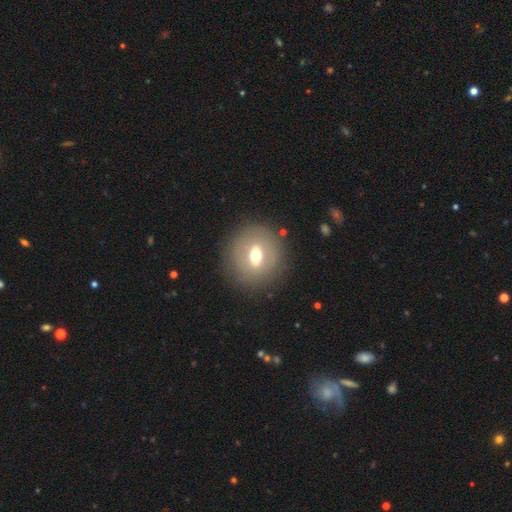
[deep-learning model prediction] Smooth or featured? smooth (47%)
Merging? none (83%)